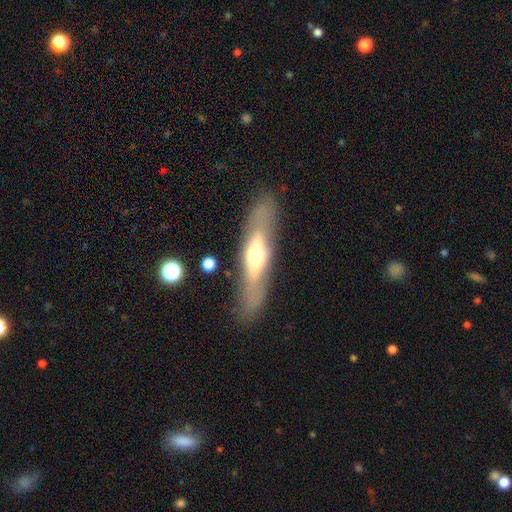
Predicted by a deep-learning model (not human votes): Smooth or featured? featured or disk (52%)
Edge-on disk? yes (68%)
Merging? none (82%)